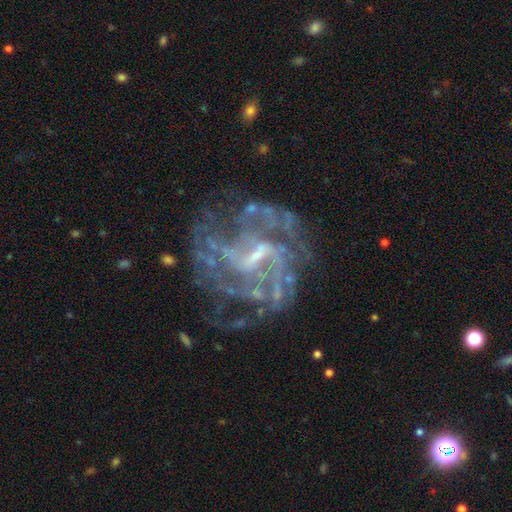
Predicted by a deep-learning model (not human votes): featured or disk 87%, star or artifact 8%, smooth 5%. Down the decision tree: edge-on disk — no (98%); bar — weak (54%); spiral arms — yes (91%); spiral arm count — can't tell (32%); spiral winding — medium (46%); bulge size — small (66%); merging — none (60%).